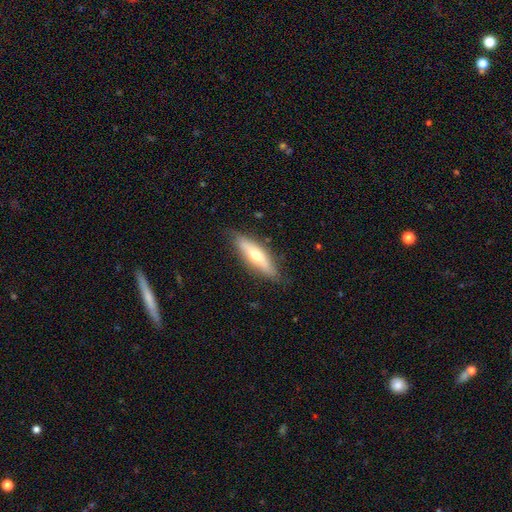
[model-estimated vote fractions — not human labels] Smooth or featured? Predicted: smooth (p=0.51). How rounded? Predicted: cigar-shaped (p=0.57). Merging? Predicted: none (p=0.80).